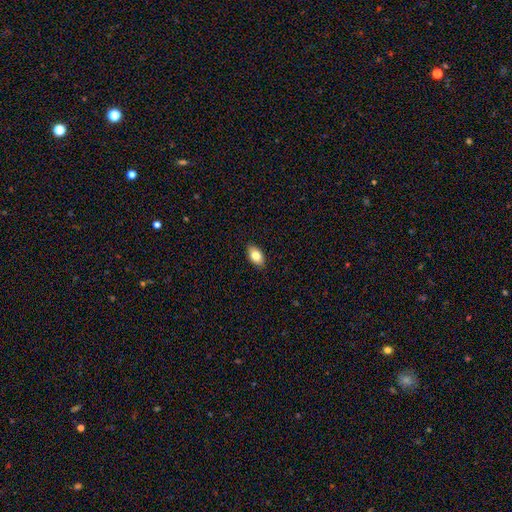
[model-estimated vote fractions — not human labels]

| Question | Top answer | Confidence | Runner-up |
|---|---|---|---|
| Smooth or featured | smooth | 80% | featured or disk (12%) |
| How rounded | in between | 92% | round (5%) |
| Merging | none | 89% | minor disturbance (8%) |